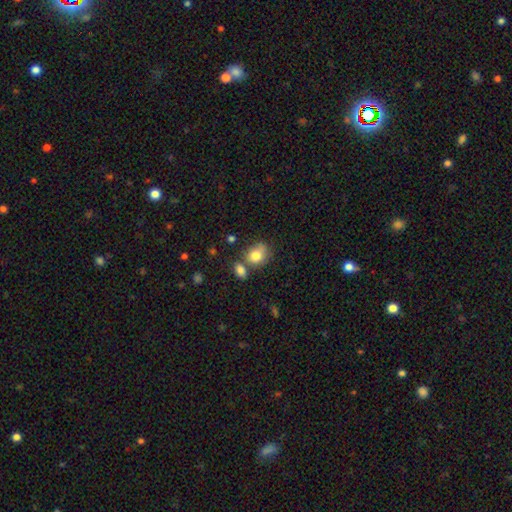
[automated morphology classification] This is likely a smooth galaxy (79%). How rounded: possibly round (60%). Merging: possibly none (48%).